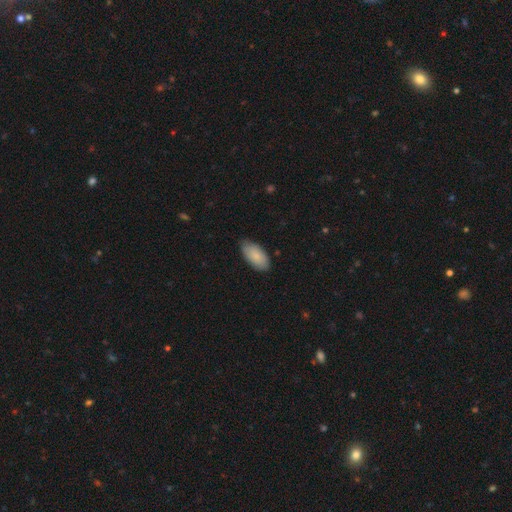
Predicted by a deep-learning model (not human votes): Morphology: type=smooth (85%); roundness=in between (94%); merging=none (81%).